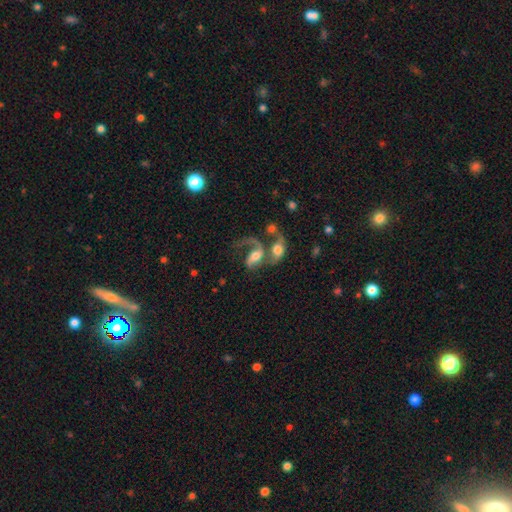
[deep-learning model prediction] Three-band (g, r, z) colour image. It shows a featured or disk galaxy (70%) with no bar (42%), 2 (53%) loose (57%) spiral arms (87%) and a moderate central bulge (54%). Merging: merger (63%).